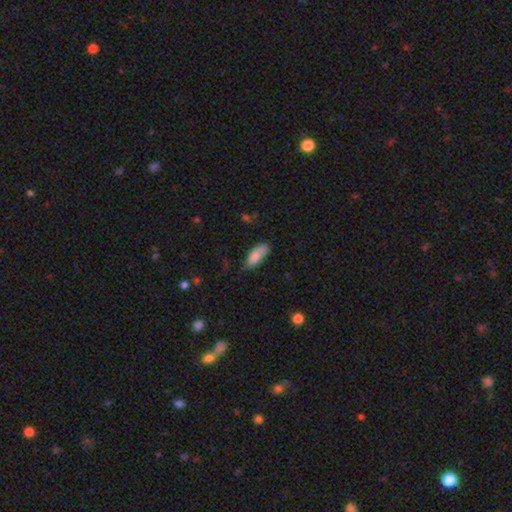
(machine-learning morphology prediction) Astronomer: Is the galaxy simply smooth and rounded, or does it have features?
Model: smooth — 84%.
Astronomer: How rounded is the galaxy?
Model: in between — 83%.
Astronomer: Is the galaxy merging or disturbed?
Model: none — 62%.